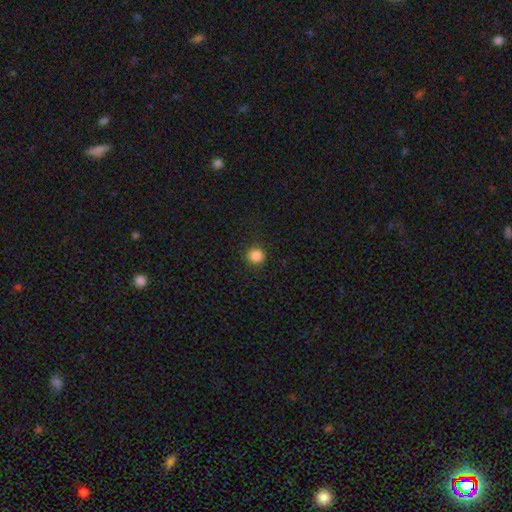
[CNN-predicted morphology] This is clearly a smooth galaxy (86%). How rounded: clearly round (93%). Merging: clearly none (91%).